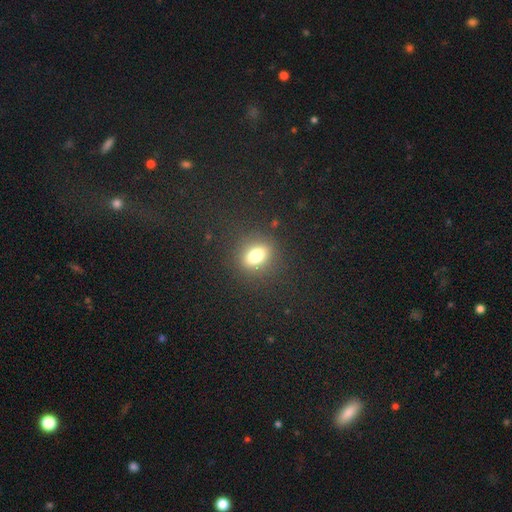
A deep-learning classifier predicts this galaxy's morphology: This appears to be a smooth galaxy with no disk features (77%) that is in between round and cigar-shaped (65%). Merging: none (86%).